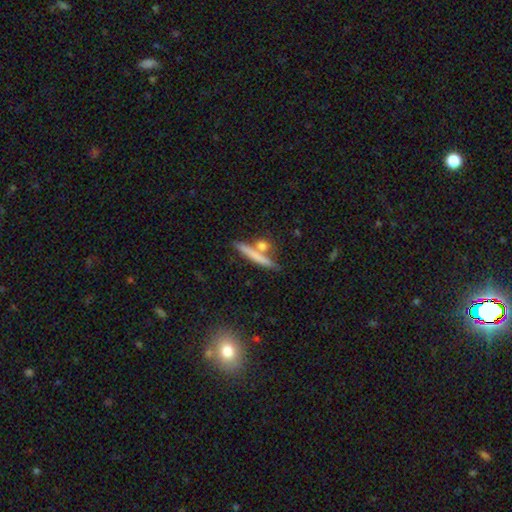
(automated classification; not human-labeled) Smooth or featured? Predicted: smooth (p=0.66). How rounded? Predicted: cigar-shaped (p=0.83). Merging? Predicted: none (p=0.67).